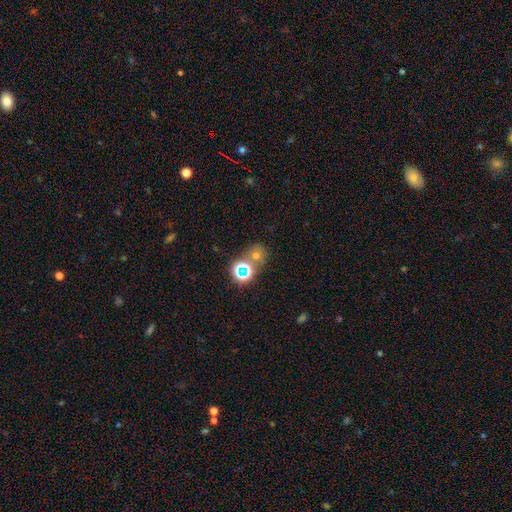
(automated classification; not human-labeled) star or artifact 47%, smooth 42%, featured or disk 10%.